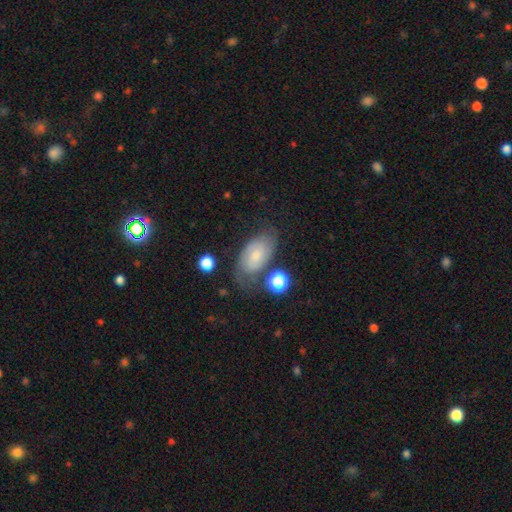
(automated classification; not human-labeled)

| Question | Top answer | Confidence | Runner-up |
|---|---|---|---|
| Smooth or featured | featured or disk | 47% | smooth (44%) |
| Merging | none | 59% | minor disturbance (25%) |